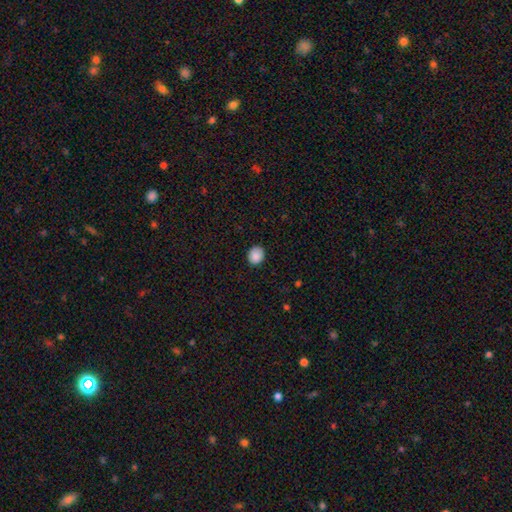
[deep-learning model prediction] smooth 88%, star or artifact 9%, featured or disk 4%. Down the decision tree: how rounded — round (73%); merging — none (87%).